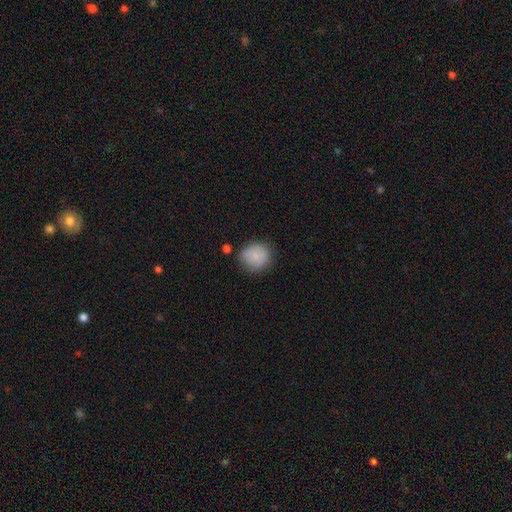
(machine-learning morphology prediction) This is clearly a smooth galaxy (85%). How rounded: clearly round (85%). Merging: likely none (73%).